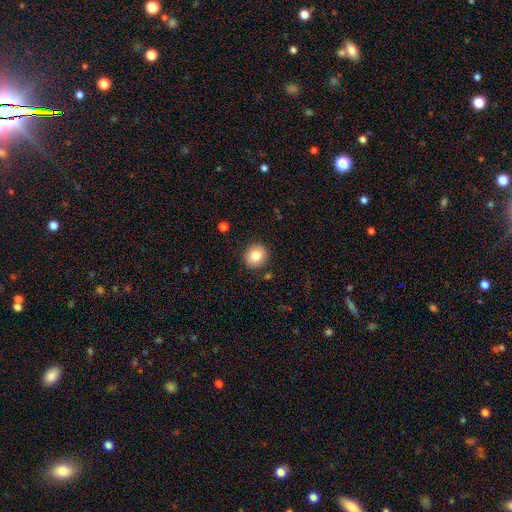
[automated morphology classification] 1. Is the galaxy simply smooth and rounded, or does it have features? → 83% smooth, 9% star or artifact, 8% featured or disk.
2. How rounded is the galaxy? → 86% round, 13% in between, 1% cigar-shaped.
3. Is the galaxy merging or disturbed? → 89% none, 7% minor disturbance, 2% major disturbance, 2% merger.